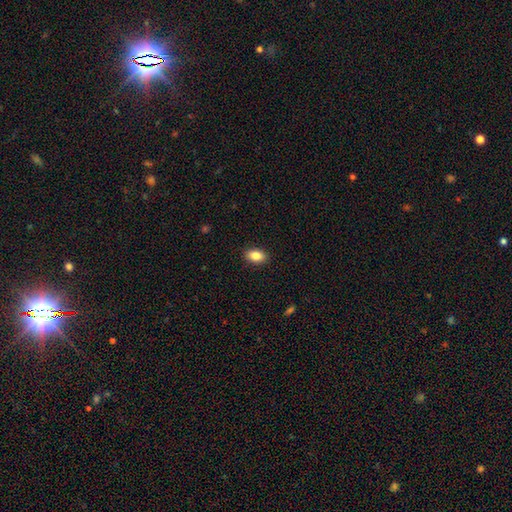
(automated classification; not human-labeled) smooth 85%, star or artifact 8%, featured or disk 7%. Down the decision tree: how rounded — in between (89%); merging — none (90%).